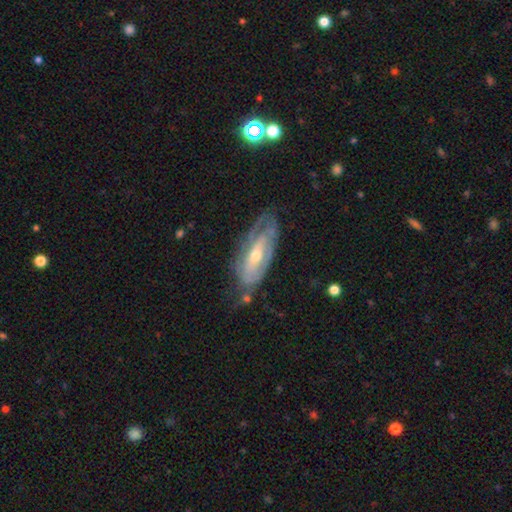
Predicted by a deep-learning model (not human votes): Smooth or featured? featured or disk (76%)
Edge-on disk? no (85%)
Bar? no (45%)
Spiral arms? yes (77%)
Spiral winding? tight (61%)
Spiral arm count? can't tell (48%)
Bulge size? moderate (54%)
Merging? none (60%)